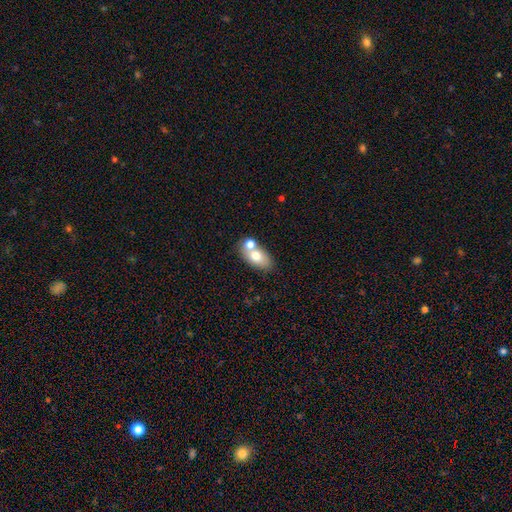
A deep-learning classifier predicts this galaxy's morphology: smooth-or-featured: smooth: 70% | featured or disk: 22% | star or artifact: 8%
  how-rounded: in between: 87% | round: 10% | cigar-shaped: 3%
  merging: none: 48% | merger: 38% | minor disturbance: 11% | major disturbance: 4%